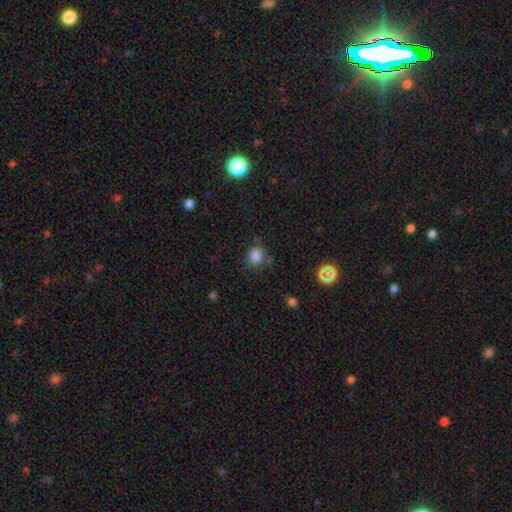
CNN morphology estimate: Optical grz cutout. It shows a smooth galaxy with no disk features (82%) that is round (74%). Merging: none (71%).